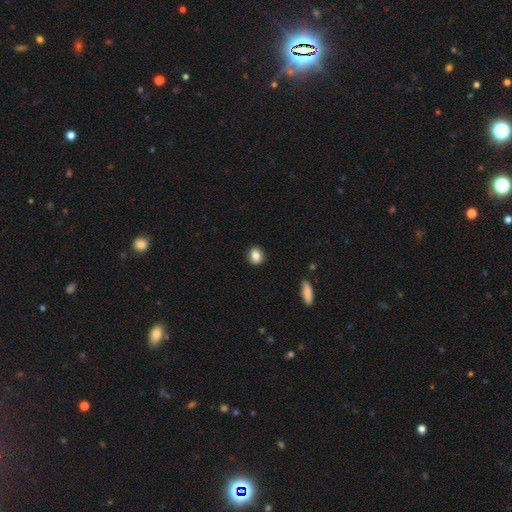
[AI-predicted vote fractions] smooth 83%, star or artifact 9%, featured or disk 8%. Down the decision tree: how rounded — round (60%); merging — none (88%).